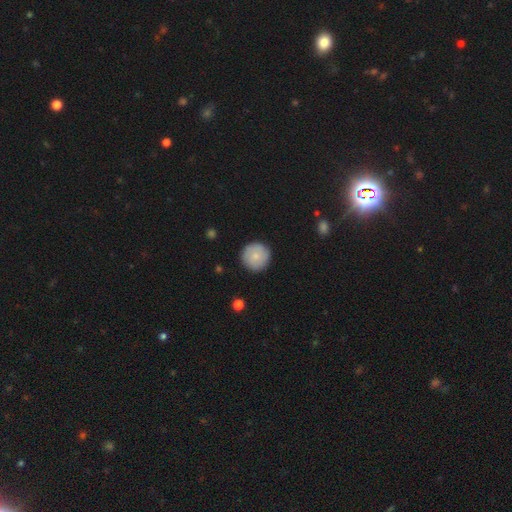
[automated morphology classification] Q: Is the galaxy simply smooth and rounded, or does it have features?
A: smooth — 80%.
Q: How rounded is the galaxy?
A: round — 96%.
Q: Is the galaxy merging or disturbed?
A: none — 90%.